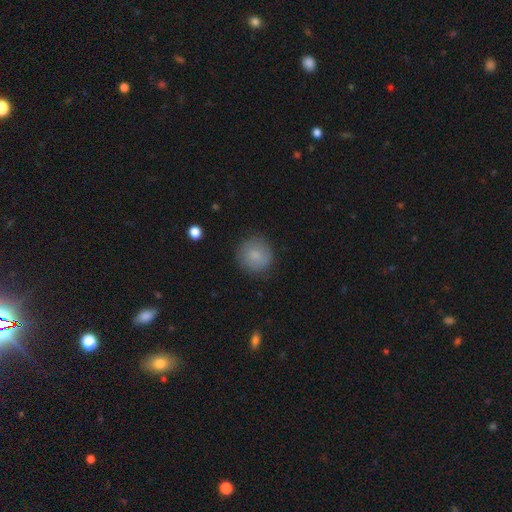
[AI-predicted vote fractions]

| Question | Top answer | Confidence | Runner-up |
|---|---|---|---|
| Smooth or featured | smooth | 82% | featured or disk (10%) |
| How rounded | round | 92% | in between (7%) |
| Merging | none | 82% | minor disturbance (13%) |